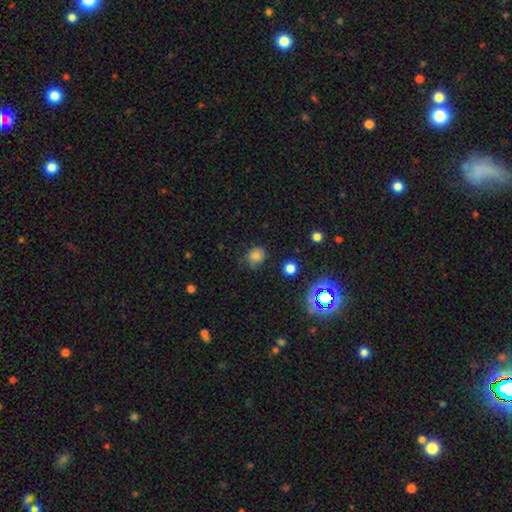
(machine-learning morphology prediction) The model was most divided on "merging": none: 66%, minor disturbance: 25%, major disturbance: 7%, merger: 2%. More confident: smooth or featured — smooth (78%); how rounded — round (77%).